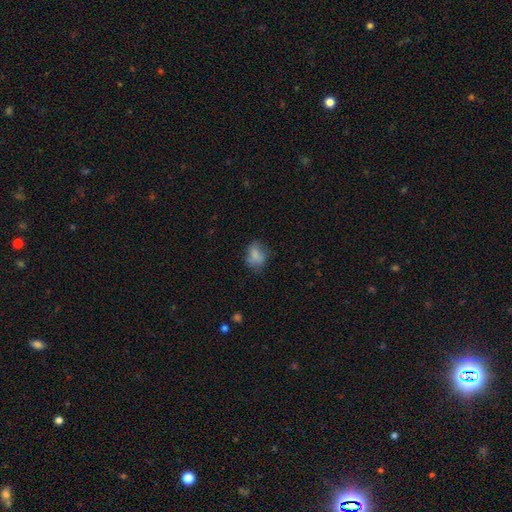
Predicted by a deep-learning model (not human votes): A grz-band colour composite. It shows a smooth galaxy with no disk features (75%) that is in between round and cigar-shaped (59%). Merging: none (57%).